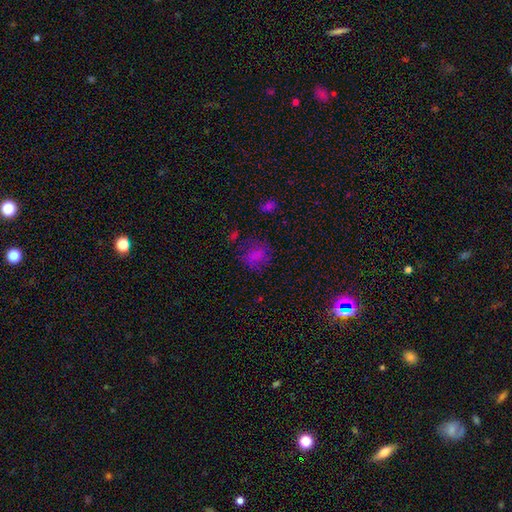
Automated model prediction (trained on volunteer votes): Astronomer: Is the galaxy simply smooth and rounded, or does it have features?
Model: smooth — 72%.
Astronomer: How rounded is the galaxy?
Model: round — 64%.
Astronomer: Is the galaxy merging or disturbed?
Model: none — 64%.